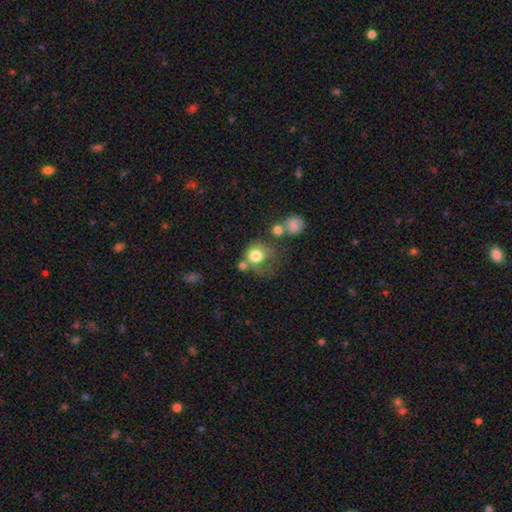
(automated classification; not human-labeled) smooth-or-featured: smooth: 75% | featured or disk: 14% | star or artifact: 11%
  how-rounded: round: 77% | in between: 22% | cigar-shaped: 1%
  merging: none: 40% | merger: 24% | minor disturbance: 19% | major disturbance: 17%